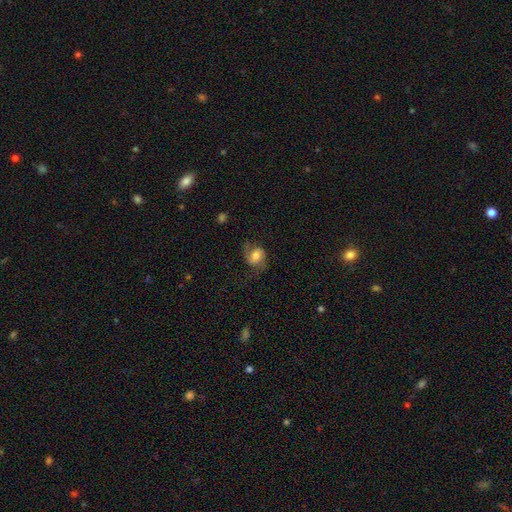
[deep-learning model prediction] smooth-or-featured: featured or disk: 58% | smooth: 33% | star or artifact: 9%
  disk-edge-on: no: 97% | yes: 3%
    bar: no: 50% | weak: 38% | strong: 11%
    has-spiral-arms: yes: 92% | no: 8%
      spiral-winding: loose: 47% | medium: 41% | tight: 12%
      spiral-arm-count: 2: 87% | 1: 5% | can't tell: 4% | 3: 1% | 4: 1% | more than 4: 1%
    bulge-size: moderate: 41% | large: 30% | small: 16% | none: 7% | dominant: 6%
  merging: none: 63% | minor disturbance: 20% | major disturbance: 15% | merger: 1%